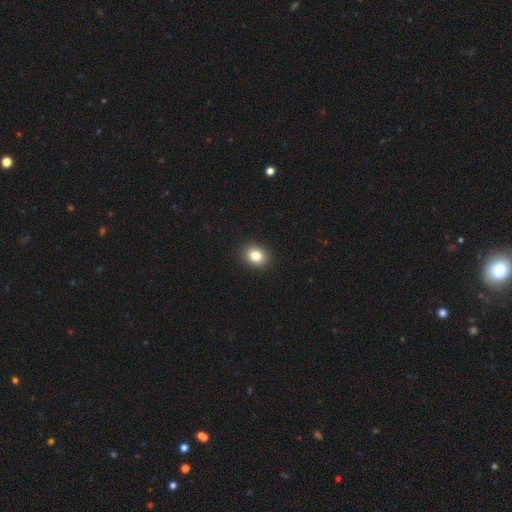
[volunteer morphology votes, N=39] smooth-or-featured: smooth: 79% | star or artifact: 13% | featured or disk: 8%
  how-rounded: round: 52% | in between: 48% | cigar-shaped: 0%
  merging: none: 94% | minor disturbance: 3% | major disturbance: 3% | merger: 0%